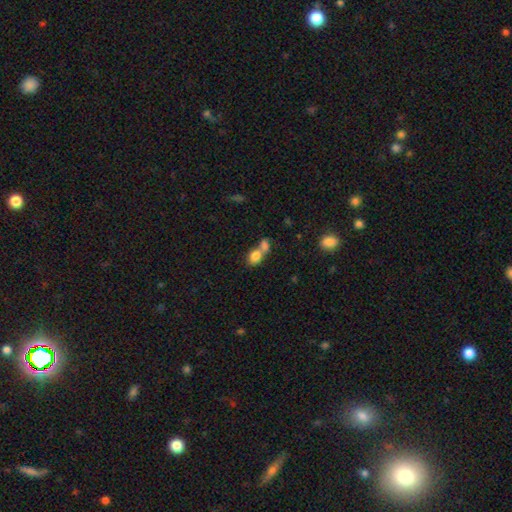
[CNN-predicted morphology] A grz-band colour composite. It shows a smooth galaxy with no disk features (80%) that is in between round and cigar-shaped (56%). Merging: merger (63%).